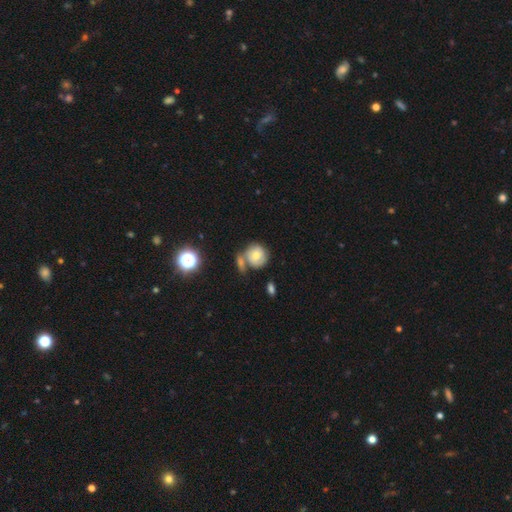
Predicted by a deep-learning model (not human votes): Smooth or featured? Predicted: smooth (p=0.62). How rounded? Predicted: round (p=0.86). Merging? Predicted: none (p=0.46).